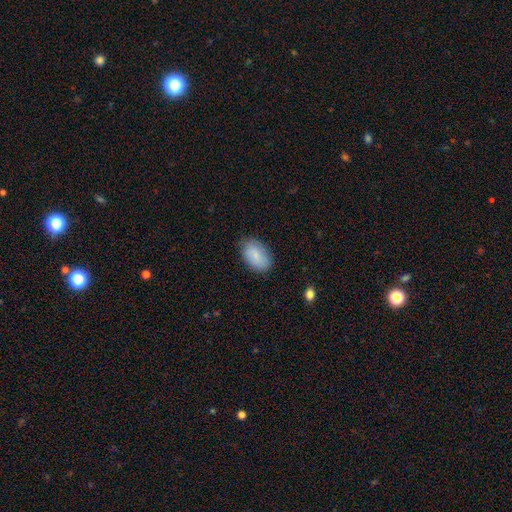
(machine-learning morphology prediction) type=smooth (86%); roundness=in between (92%); merging=none (82%).